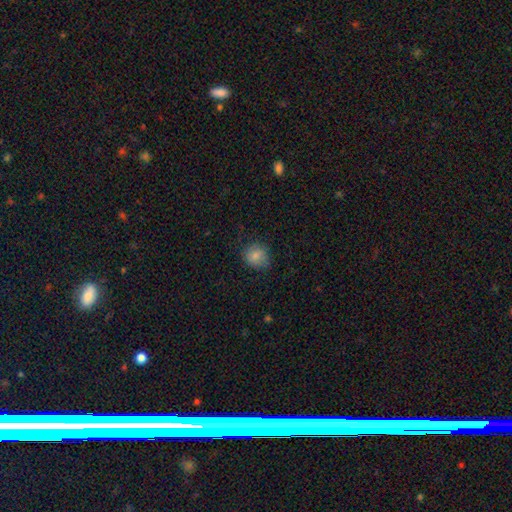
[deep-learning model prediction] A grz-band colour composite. It shows a smooth galaxy with no disk features (81%) that is round (73%). Merging: none (73%).